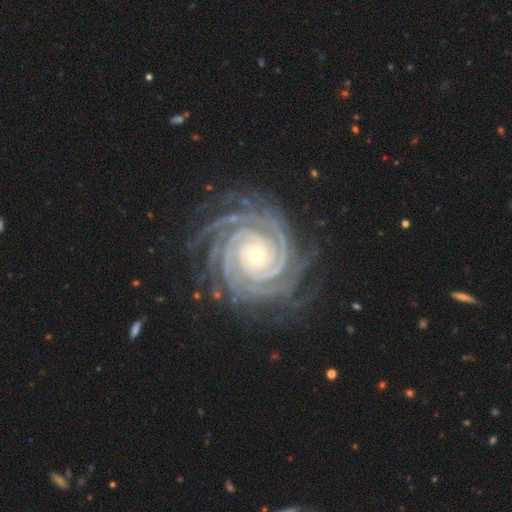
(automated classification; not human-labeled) Smooth or featured?
  - featured or disk: 93% *
  - star or artifact: 4%
  - smooth: 2%
Edge-on disk?
  - no: 98% *
  - yes: 2%
Bar?
  - no: 75% *
  - weak: 13%
  - strong: 12%
Spiral arms?
  - yes: 99% *
  - no: 1%
Spiral winding?
  - tight: 89% *
  - medium: 10%
  - loose: 1%
Spiral arm count?
  - more than 4: 33% *
  - 4: 27%
  - 3: 13%
  - can't tell: 10%
  - 2: 9%
  - 1: 7%
Bulge size?
  - small: 74% *
  - moderate: 23%
  - large: 2%
  - none: 1%
  - dominant: 1%
Merging?
  - none: 80% *
  - minor disturbance: 14%
  - major disturbance: 5%
  - merger: 1%